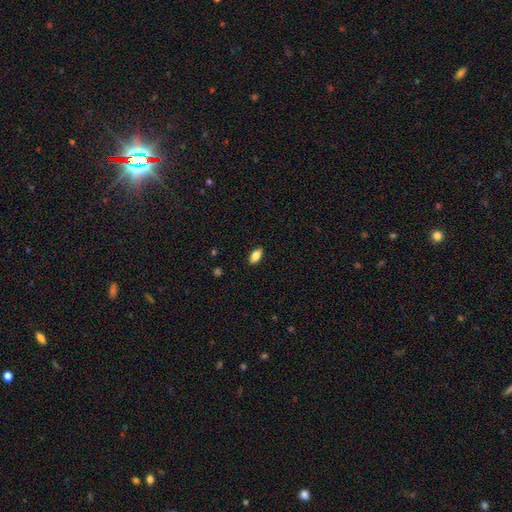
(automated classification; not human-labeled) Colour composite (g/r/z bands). It shows a smooth galaxy with no disk features (81%) that is in between round and cigar-shaped (89%). Merging: none (88%).